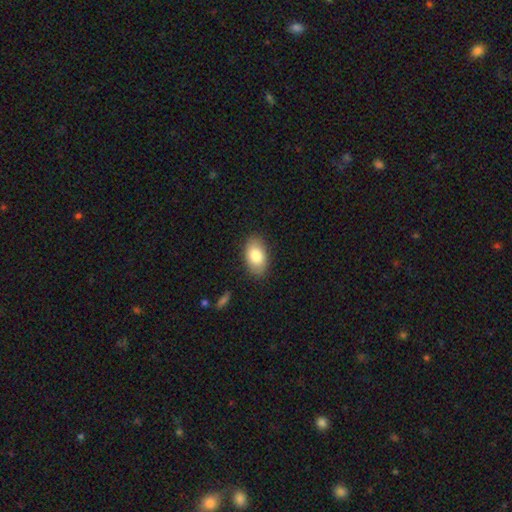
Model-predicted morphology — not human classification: Smooth or featured: smooth — 82% (featured or disk — 11%)
How rounded: in between — 93% (round — 5%)
Merging: none — 85% (minor disturbance — 11%)